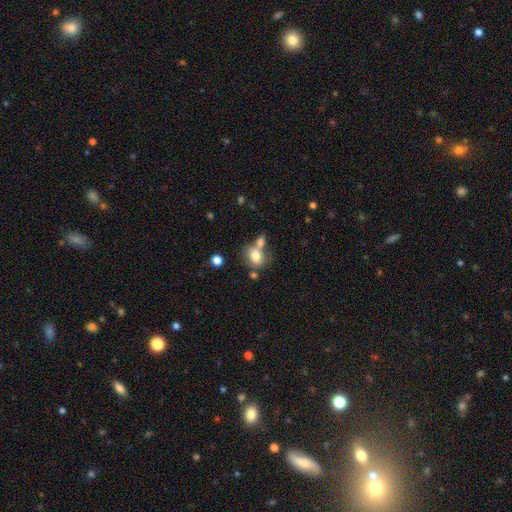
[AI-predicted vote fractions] smooth-or-featured: smooth: 77% | featured or disk: 13% | star or artifact: 10%
  how-rounded: in between: 51% | round: 48% | cigar-shaped: 1%
  merging: none: 43% | merger: 39% | minor disturbance: 13% | major disturbance: 6%